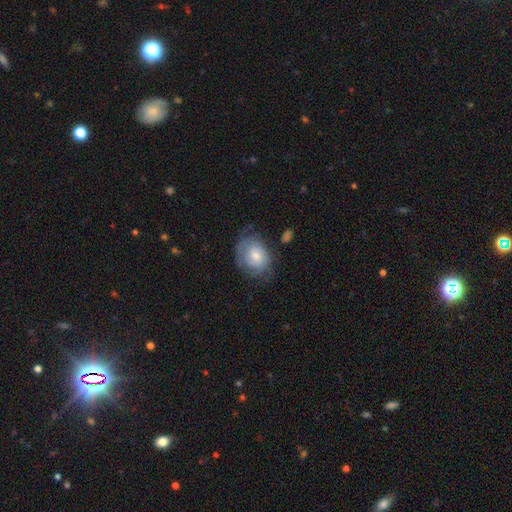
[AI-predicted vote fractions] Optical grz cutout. It shows a smooth galaxy with no disk features (48%). Merging: none (61%).